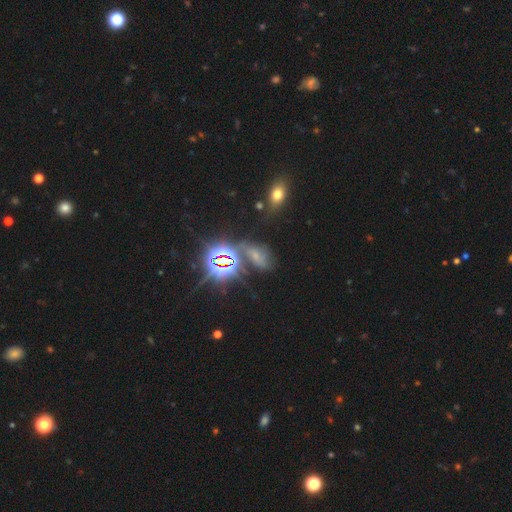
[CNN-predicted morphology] Smooth or featured?
  - star or artifact: 48% *
  - smooth: 27%
  - featured or disk: 25%